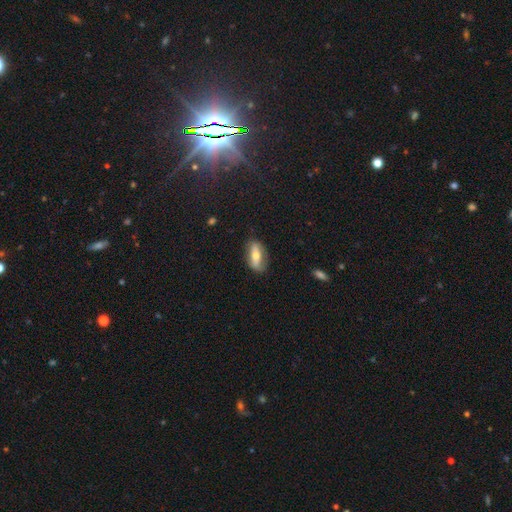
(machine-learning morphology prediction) Q: Smooth or featured?
A: smooth (54%); runner-up: featured or disk (39%)
Q: How rounded?
A: in between (77%); runner-up: cigar-shaped (18%)
Q: Merging?
A: none (78%); runner-up: minor disturbance (16%)